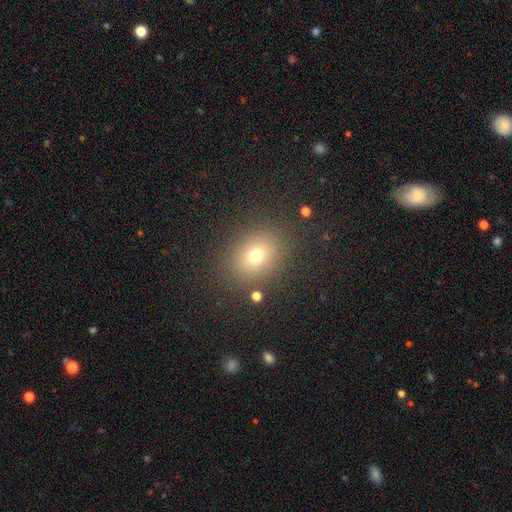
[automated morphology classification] smooth-or-featured: smooth: 71% | star or artifact: 17% | featured or disk: 12%
  how-rounded: round: 54% | in between: 45% | cigar-shaped: 1%
  merging: none: 85% | minor disturbance: 9% | major disturbance: 4% | merger: 2%